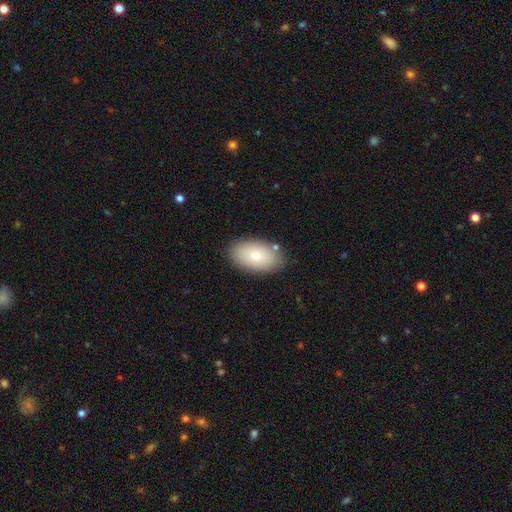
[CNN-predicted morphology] Smooth or featured: smooth — 74% (featured or disk — 18%)
How rounded: in between — 93% (round — 6%)
Merging: none — 84% (minor disturbance — 11%)